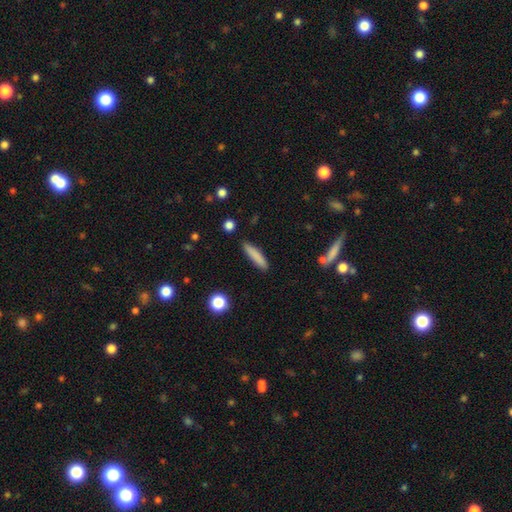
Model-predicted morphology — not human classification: This appears to be a smooth galaxy with no disk features (83%) that is cigar-shaped (84%). Merging: none (88%).